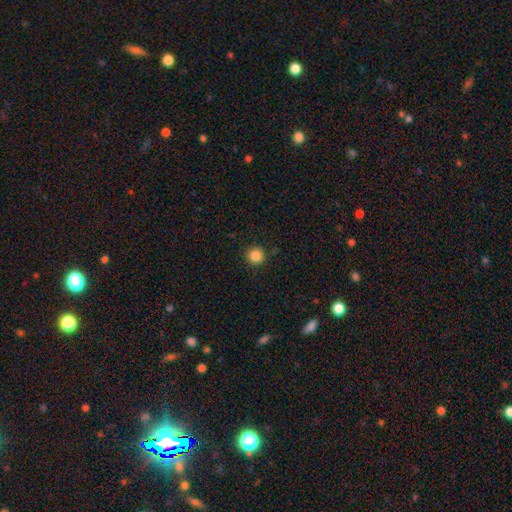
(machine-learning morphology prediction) Overall: smooth (86%). How rounded: round (95%). Merging: none (92%).